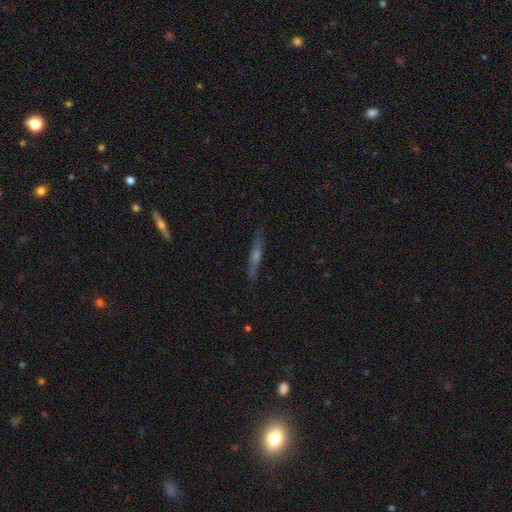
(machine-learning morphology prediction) Smooth or featured: featured or disk — 61% (smooth — 30%)
Edge-on disk: yes — 93% (no — 7%)
Edge-on bulge: rounded — 69% (none — 23%)
Merging: none — 87% (minor disturbance — 10%)